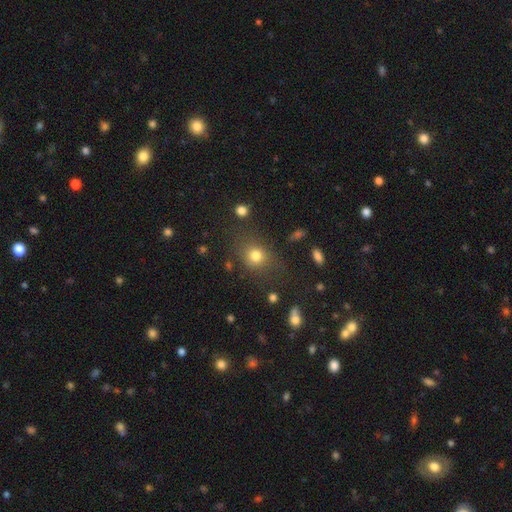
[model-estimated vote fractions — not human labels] A smooth galaxy with no disk features (76%) that is round (69%). Merging: none (73%).